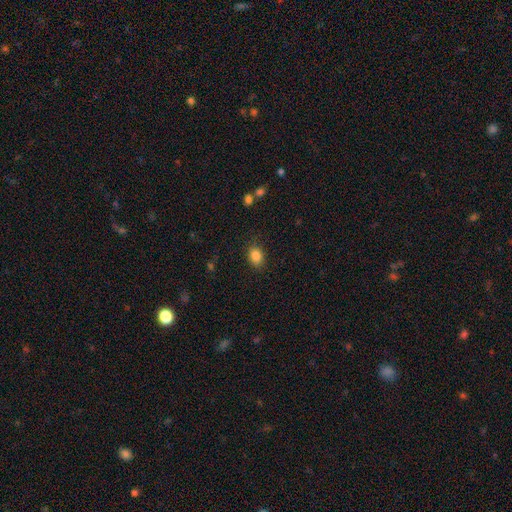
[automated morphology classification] This is clearly a smooth galaxy (85%). How rounded: likely in between (64%). Merging: clearly none (84%).